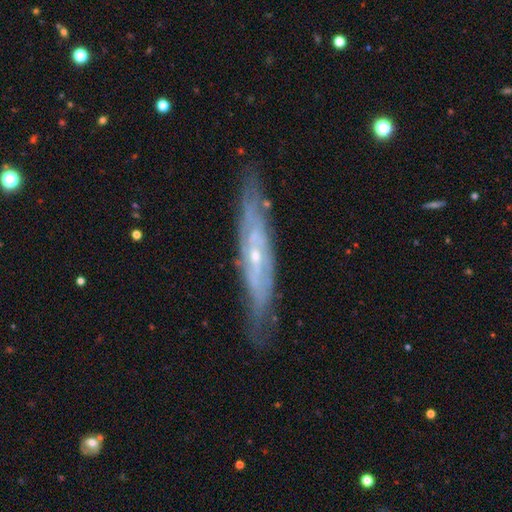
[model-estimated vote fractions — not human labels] Smooth or featured? featured or disk (78%)
Edge-on disk? yes (53%)
Merging? none (78%)